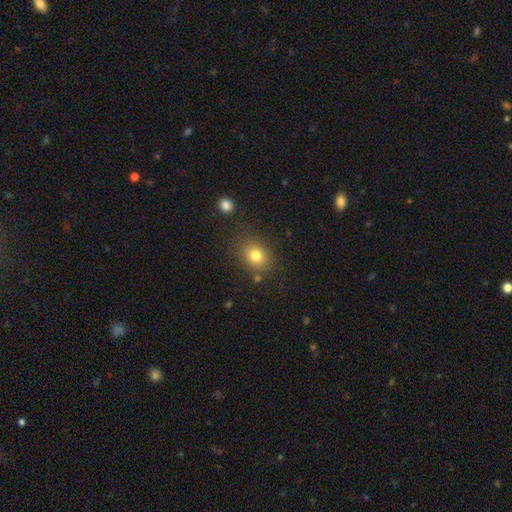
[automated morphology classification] This appears to be a smooth galaxy with no disk features (80%) that is round (57%). Merging: none (80%).